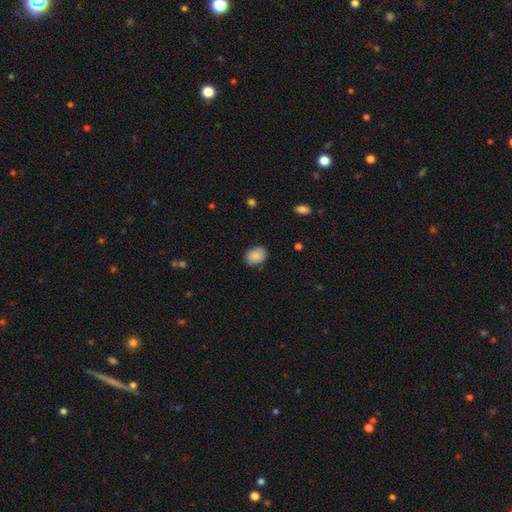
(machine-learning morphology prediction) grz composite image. It shows a smooth galaxy with no disk features (87%) that is in between round and cigar-shaped (56%). Merging: none (83%).